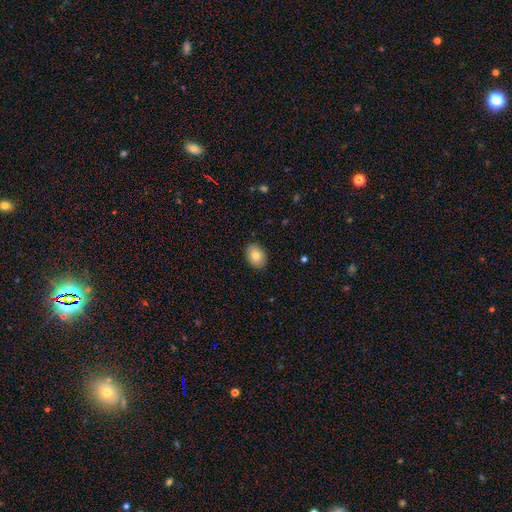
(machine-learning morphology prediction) smooth_or_featured: smooth (p=0.82) [alt: featured or disk p=0.10]
how_rounded: in between (p=0.80) [alt: round p=0.19]
merging: none (p=0.89) [alt: minor disturbance p=0.08]